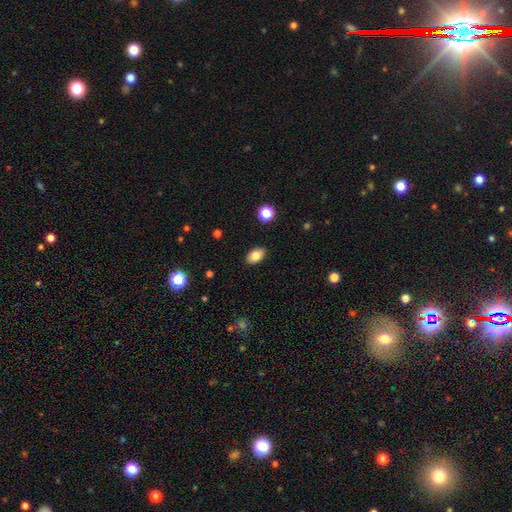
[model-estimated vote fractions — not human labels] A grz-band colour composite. It shows a smooth galaxy with no disk features (83%) that is in between round and cigar-shaped (89%). Merging: none (89%).